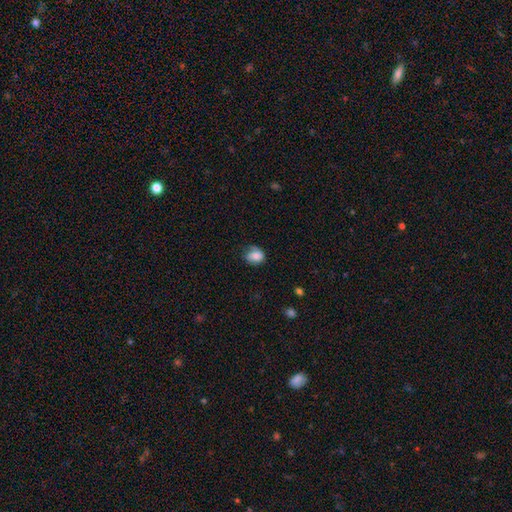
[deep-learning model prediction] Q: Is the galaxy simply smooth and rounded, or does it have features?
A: smooth — 75%.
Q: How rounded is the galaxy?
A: in between — 53%.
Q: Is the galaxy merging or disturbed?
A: none — 47%.